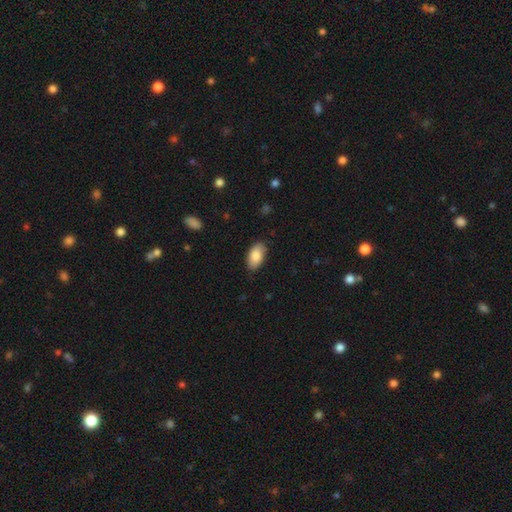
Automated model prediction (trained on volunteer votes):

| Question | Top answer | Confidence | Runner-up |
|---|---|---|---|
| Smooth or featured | smooth | 86% | featured or disk (8%) |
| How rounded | in between | 95% | round (3%) |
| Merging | none | 83% | minor disturbance (14%) |